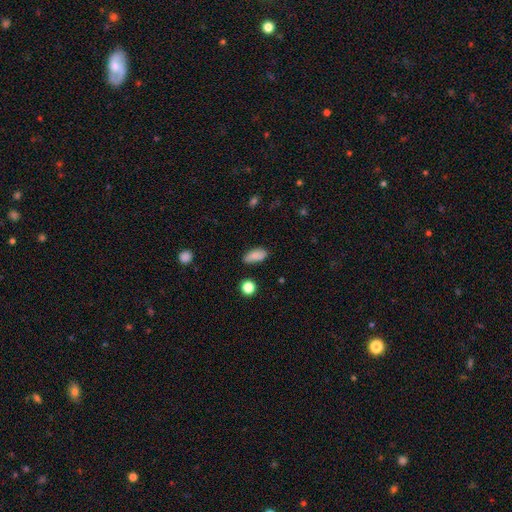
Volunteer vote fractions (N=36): Morphology: type=smooth (94%); roundness=in between (76%); merging=none (86%).